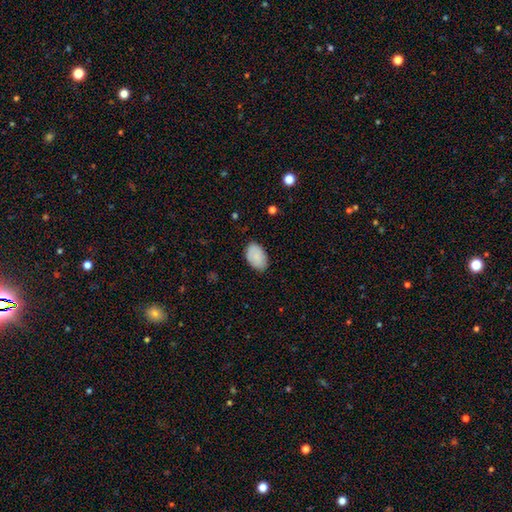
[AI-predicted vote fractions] smooth_or_featured: smooth (p=0.87) [alt: star or artifact p=0.06]
how_rounded: in between (p=0.91) [alt: round p=0.08]
merging: none (p=0.81) [alt: minor disturbance p=0.16]